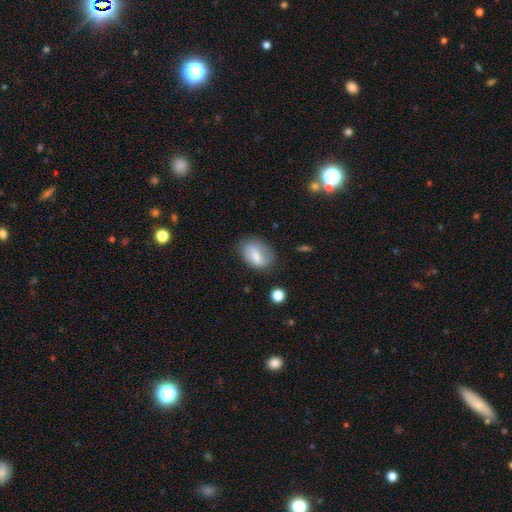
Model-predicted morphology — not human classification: Smooth or featured? Predicted: smooth (p=0.59). How rounded? Predicted: in between (p=0.80). Merging? Predicted: none (p=0.61).